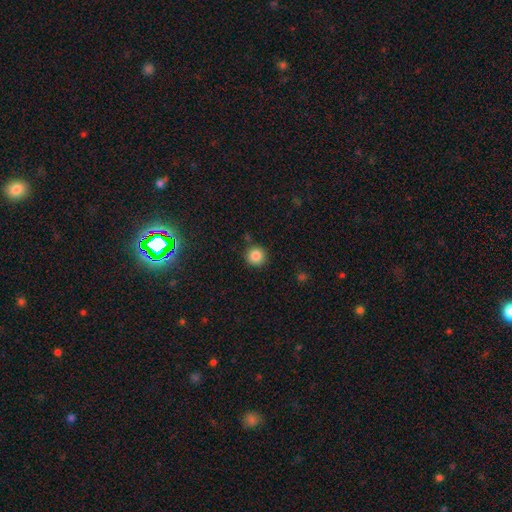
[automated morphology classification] Smooth or featured?
  - smooth: 85% *
  - star or artifact: 11%
  - featured or disk: 5%
How rounded?
  - round: 94% *
  - in between: 5%
  - cigar-shaped: 1%
Merging?
  - none: 88% *
  - minor disturbance: 7%
  - merger: 2%
  - major disturbance: 2%